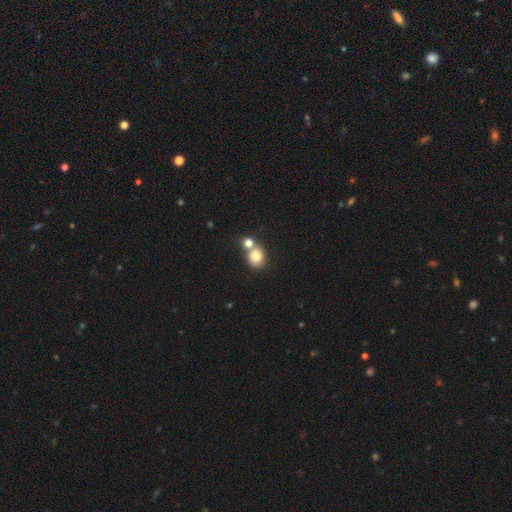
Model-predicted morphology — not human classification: A smooth galaxy with no disk features (80%) that is round (68%). Merging: merger (47%).